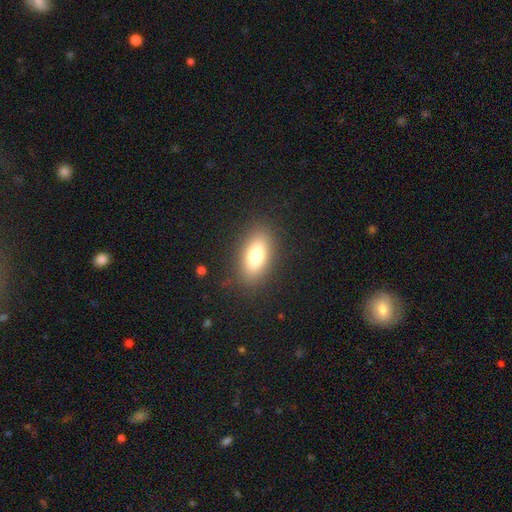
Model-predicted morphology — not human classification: Q: Smooth or featured?
A: smooth (75%); runner-up: featured or disk (15%)
Q: How rounded?
A: in between (86%); runner-up: cigar-shaped (7%)
Q: Merging?
A: none (85%); runner-up: minor disturbance (9%)